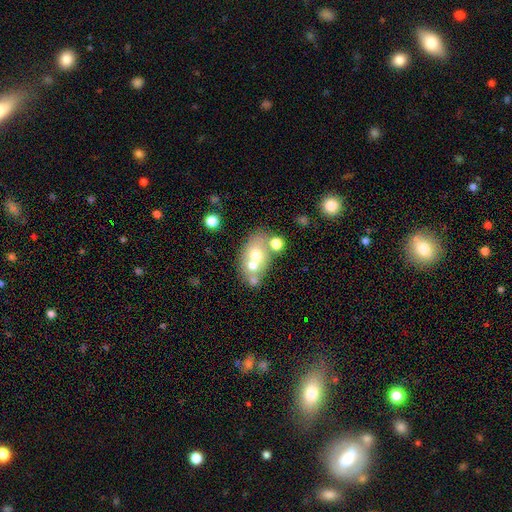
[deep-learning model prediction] Smooth or featured?
  - smooth: 55% *
  - featured or disk: 33%
  - star or artifact: 12%
How rounded?
  - in between: 68% *
  - round: 30%
  - cigar-shaped: 2%
Merging?
  - none: 42% *
  - merger: 41%
  - minor disturbance: 11%
  - major disturbance: 5%